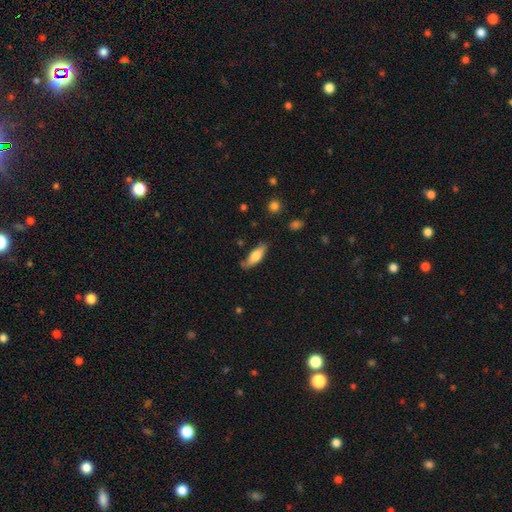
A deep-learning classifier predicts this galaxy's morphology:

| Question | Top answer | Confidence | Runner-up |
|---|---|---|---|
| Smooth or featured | smooth | 71% | featured or disk (23%) |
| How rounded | in between | 61% | cigar-shaped (37%) |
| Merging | none | 71% | minor disturbance (22%) |